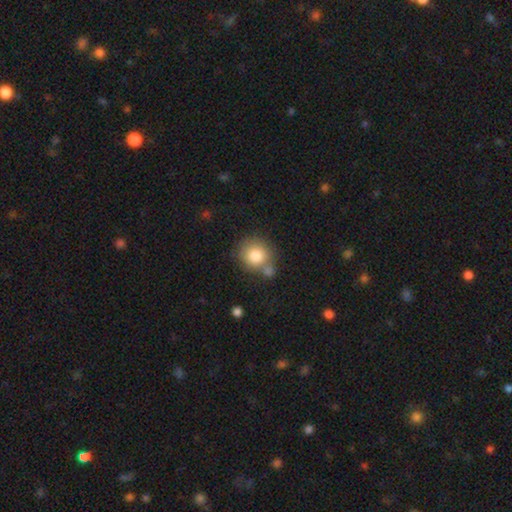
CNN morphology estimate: A smooth galaxy with no disk features (81%) that is round (86%).

Vote fractions:
- Smooth or featured? smooth: 81% / featured or disk: 10% / star or artifact: 9%
- How rounded? round: 86% / in between: 13% / cigar-shaped: 1%
- Merging? none: 58% / merger: 22% / minor disturbance: 15% / major disturbance: 5%